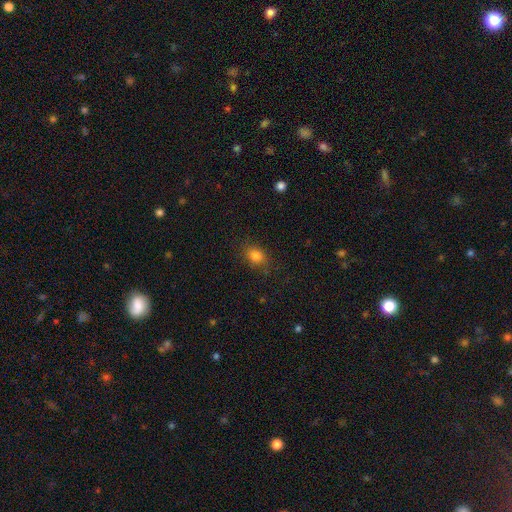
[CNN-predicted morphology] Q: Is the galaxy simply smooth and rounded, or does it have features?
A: smooth — 82%.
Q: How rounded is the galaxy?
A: in between — 52%.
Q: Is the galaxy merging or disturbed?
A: none — 81%.